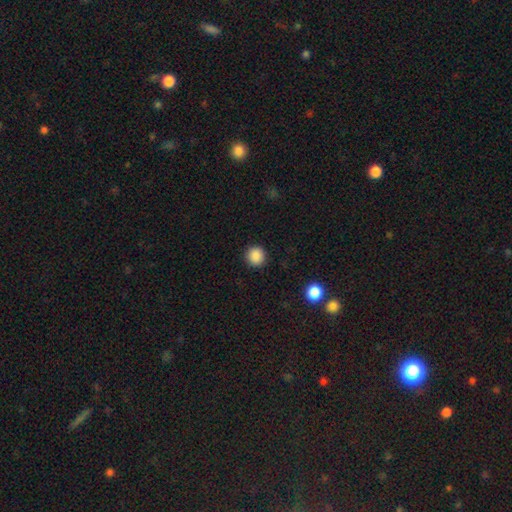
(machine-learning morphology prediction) A smooth galaxy with no disk features (88%) that is round (92%).

Vote fractions:
- Smooth or featured? smooth: 88% / star or artifact: 9% / featured or disk: 3%
- How rounded? round: 92% / in between: 7% / cigar-shaped: 1%
- Merging? none: 92% / minor disturbance: 5% / major disturbance: 2% / merger: 1%